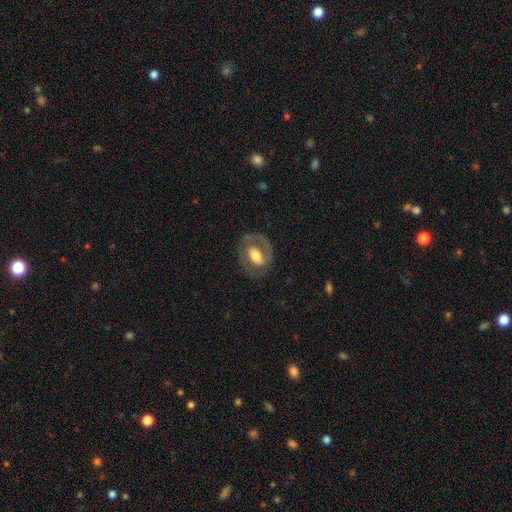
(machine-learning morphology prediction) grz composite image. It shows a featured or disk galaxy (61%) with no bar (44%), no spiral arms (51%) and a moderate central bulge (60%). Merging: none (70%).